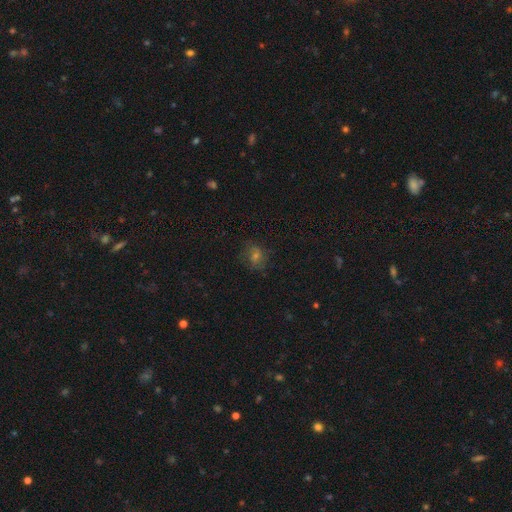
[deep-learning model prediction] This is marginally a smooth galaxy (41%). Merging: likely none (74%).